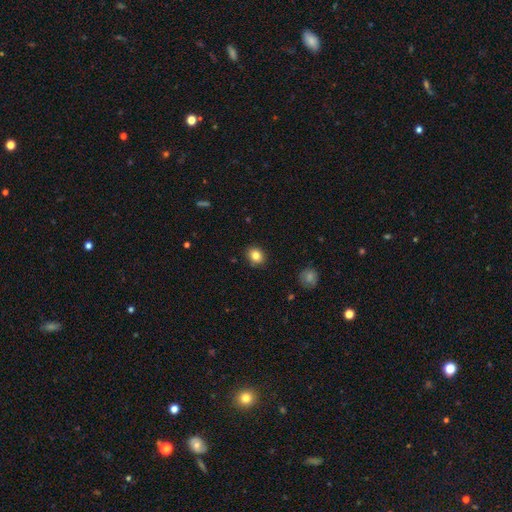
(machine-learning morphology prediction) Smooth or featured: smooth — 83% (star or artifact — 10%)
How rounded: round — 64% (in between — 35%)
Merging: none — 89% (minor disturbance — 8%)